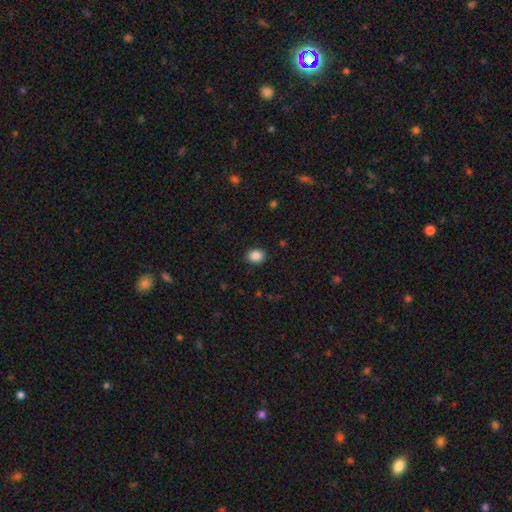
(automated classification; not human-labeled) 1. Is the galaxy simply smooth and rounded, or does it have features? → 87% smooth, 9% star or artifact, 4% featured or disk.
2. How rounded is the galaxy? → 50% round (tied), 50% in between (tied), 1% cigar-shaped.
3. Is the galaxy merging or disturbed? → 89% none, 8% minor disturbance, 2% major disturbance, 1% merger.